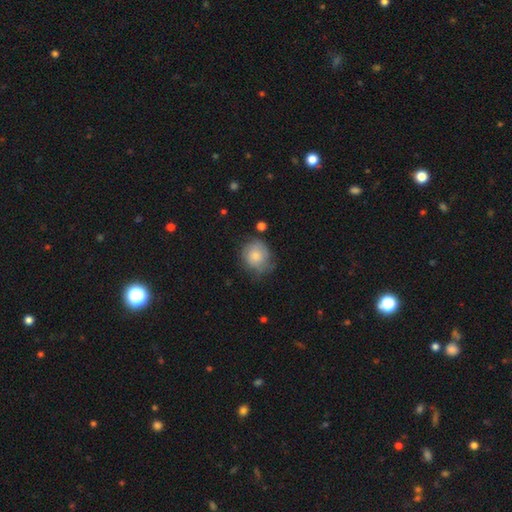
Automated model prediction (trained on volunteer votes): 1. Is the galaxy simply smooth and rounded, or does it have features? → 73% smooth, 20% featured or disk, 7% star or artifact.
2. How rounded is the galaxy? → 79% round, 20% in between, 1% cigar-shaped.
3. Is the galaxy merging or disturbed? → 54% none, 32% minor disturbance, 11% major disturbance, 3% merger.